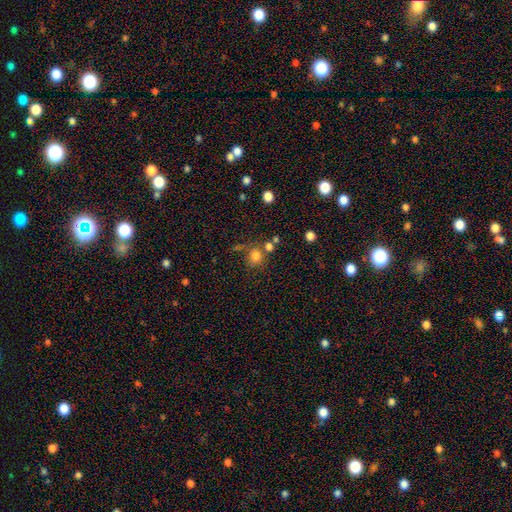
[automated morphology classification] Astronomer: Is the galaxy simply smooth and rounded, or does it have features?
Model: smooth — 77%.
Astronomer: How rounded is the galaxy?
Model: round — 78%.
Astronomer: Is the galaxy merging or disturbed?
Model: none — 60%.